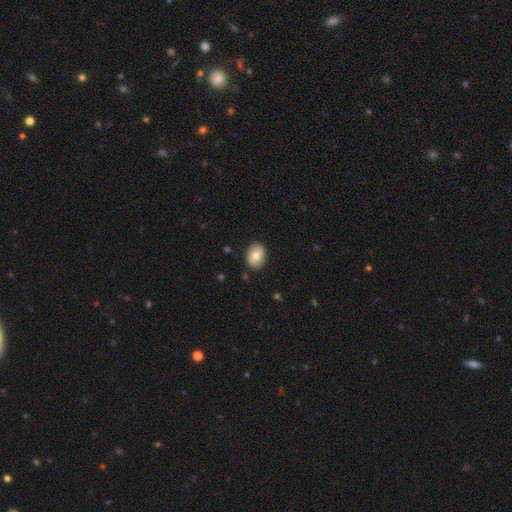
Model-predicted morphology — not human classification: Smooth or featured? smooth (79%)
How rounded? in between (64%)
Merging? none (88%)